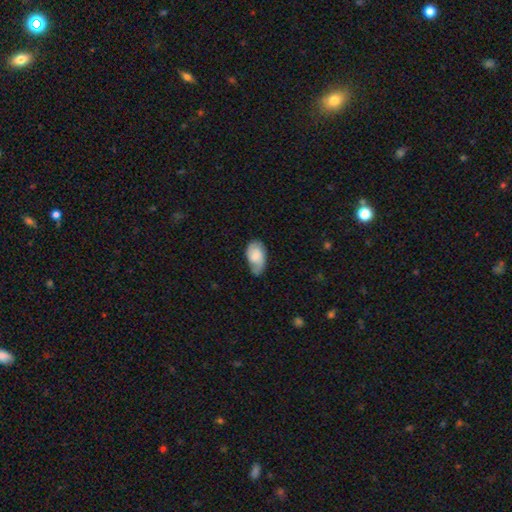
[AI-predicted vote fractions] Q: Smooth or featured?
A: smooth (60%); runner-up: featured or disk (33%)
Q: How rounded?
A: in between (92%); runner-up: round (6%)
Q: Merging?
A: none (51%); runner-up: minor disturbance (36%)